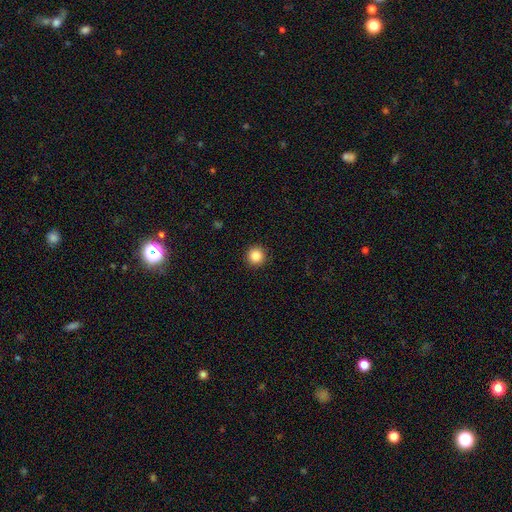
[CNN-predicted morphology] Overall: smooth (86%). How rounded: round (96%). Merging: none (92%).